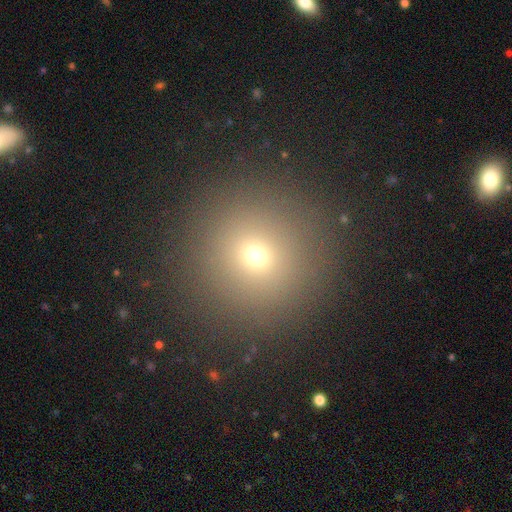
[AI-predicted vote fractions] Overall: smooth (67%). How rounded: round (95%). Merging: none (90%).